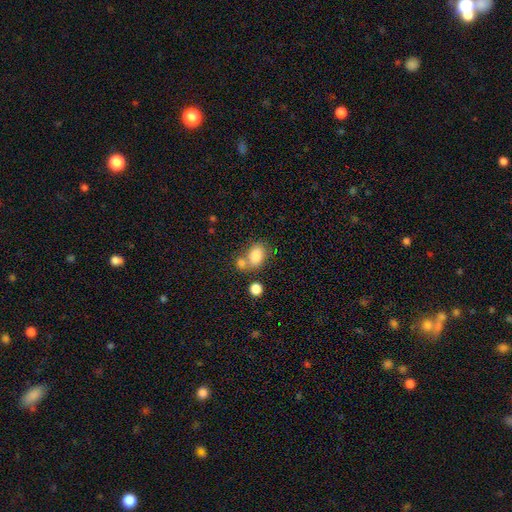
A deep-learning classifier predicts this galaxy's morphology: Smooth or featured: smooth — 83% (star or artifact — 9%)
How rounded: in between — 80% (round — 18%)
Merging: none — 44% (merger — 37%)